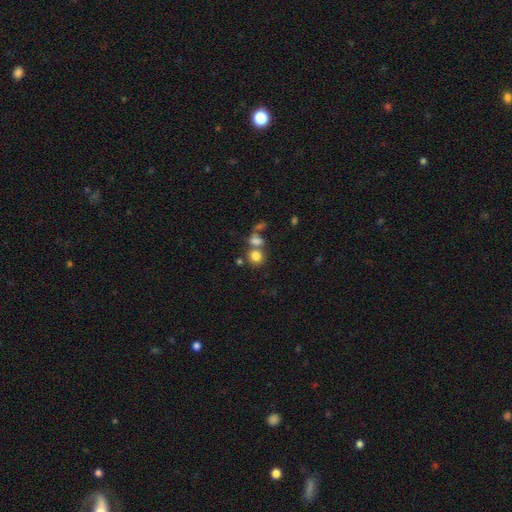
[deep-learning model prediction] The model was most divided on "merging": none: 50%, merger: 35%, minor disturbance: 10%, major disturbance: 6%. More confident: smooth or featured — smooth (79%); how rounded — round (78%).